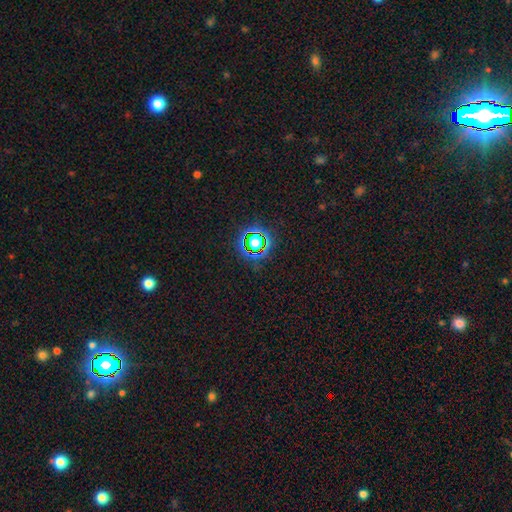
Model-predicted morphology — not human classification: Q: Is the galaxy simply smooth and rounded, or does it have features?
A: star or artifact — 80%.